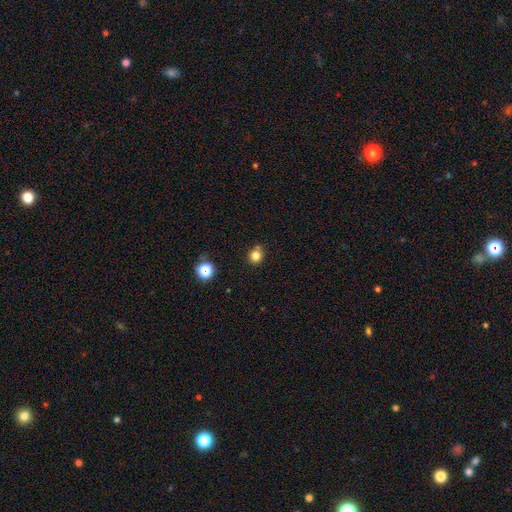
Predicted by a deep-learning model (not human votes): Smooth or featured?
  - smooth: 81% *
  - star or artifact: 14%
  - featured or disk: 6%
How rounded?
  - round: 83% *
  - in between: 16%
  - cigar-shaped: 1%
Merging?
  - none: 76% *
  - minor disturbance: 15%
  - merger: 7%
  - major disturbance: 3%